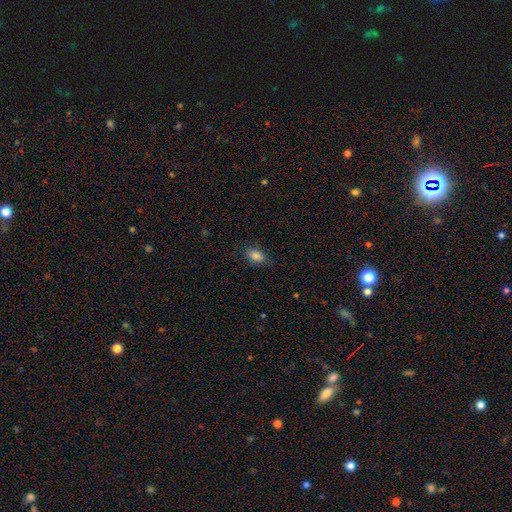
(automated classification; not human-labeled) smooth_or_featured: smooth (p=0.86) [alt: star or artifact p=0.09]
how_rounded: in between (p=0.88) [alt: round p=0.10]
merging: none (p=0.81) [alt: minor disturbance p=0.14]